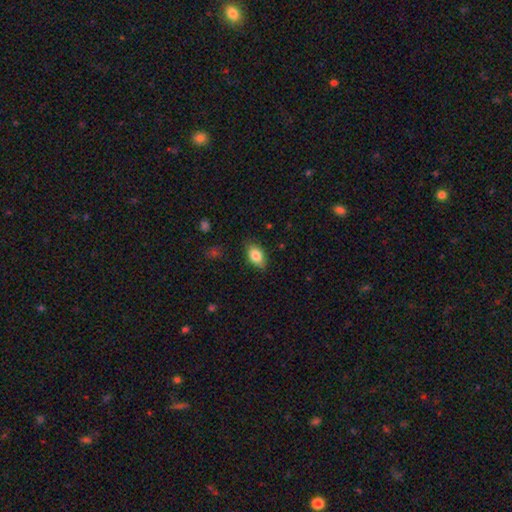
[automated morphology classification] Q: Smooth or featured?
A: smooth (82%); runner-up: featured or disk (11%)
Q: How rounded?
A: in between (89%); runner-up: round (8%)
Q: Merging?
A: none (82%); runner-up: minor disturbance (14%)